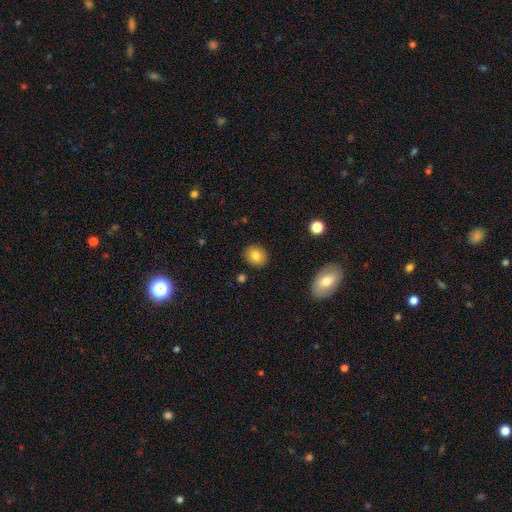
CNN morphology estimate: smooth-or-featured: smooth: 82% | star or artifact: 9% | featured or disk: 9%
  how-rounded: round: 70% | in between: 29% | cigar-shaped: 1%
  merging: none: 89% | minor disturbance: 7% | major disturbance: 2% | merger: 2%